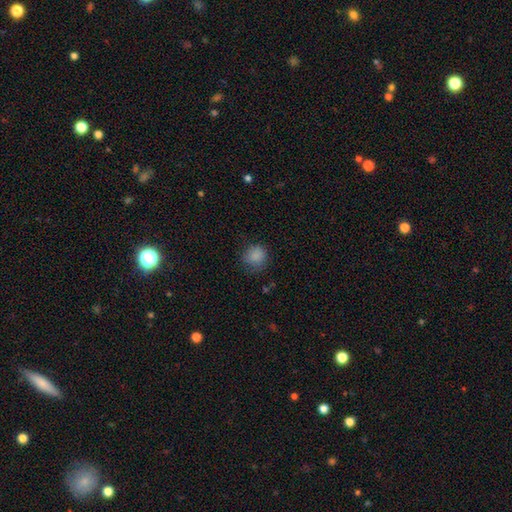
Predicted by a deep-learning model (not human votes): smooth_or_featured: smooth (p=0.86) [alt: star or artifact p=0.10]
how_rounded: round (p=0.84) [alt: in between p=0.15]
merging: none (p=0.75) [alt: minor disturbance p=0.19]